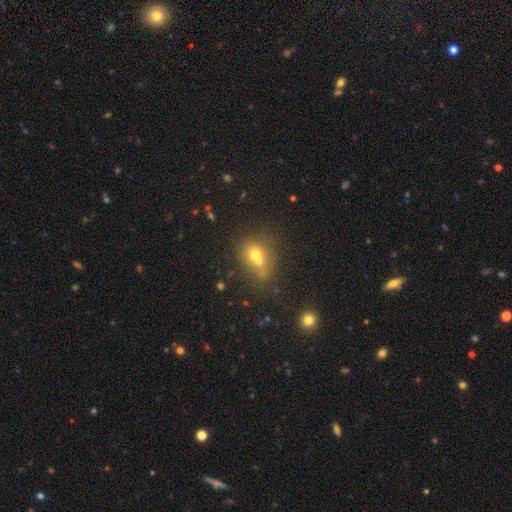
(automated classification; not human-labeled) smooth 62%, star or artifact 20%, featured or disk 19%. Down the decision tree: how rounded — round (66%); merging — merger (51%).